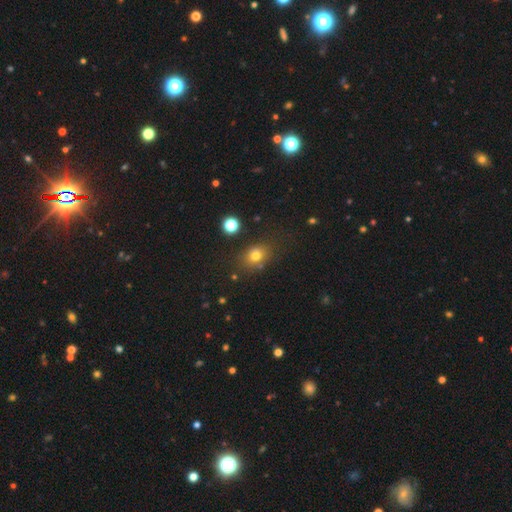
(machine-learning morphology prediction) Smooth or featured?
  - smooth: 74% *
  - star or artifact: 15%
  - featured or disk: 11%
How rounded?
  - in between: 51% *
  - round: 48%
  - cigar-shaped: 1%
Merging?
  - none: 75% *
  - minor disturbance: 15%
  - major disturbance: 5%
  - merger: 5%